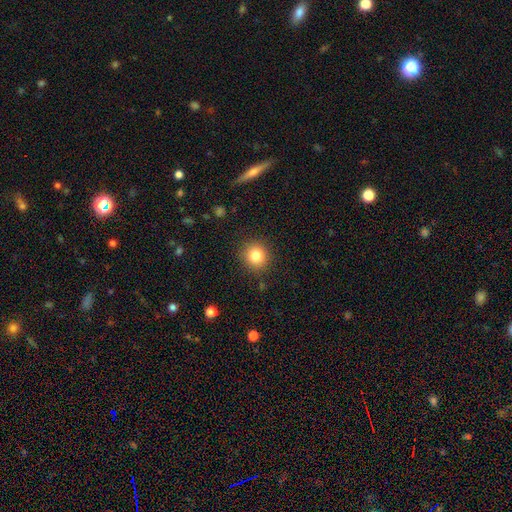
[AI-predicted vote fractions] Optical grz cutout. It shows a smooth galaxy with no disk features (83%) that is round (89%). Merging: none (88%).